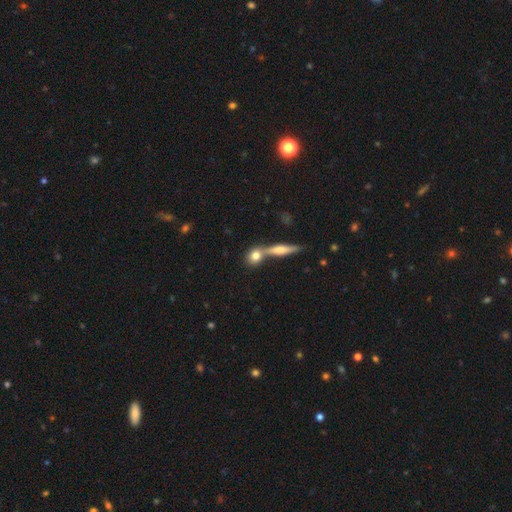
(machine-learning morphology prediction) Overall: smooth (75%). How rounded: round (68%). Merging: none (52%; merger 36%).